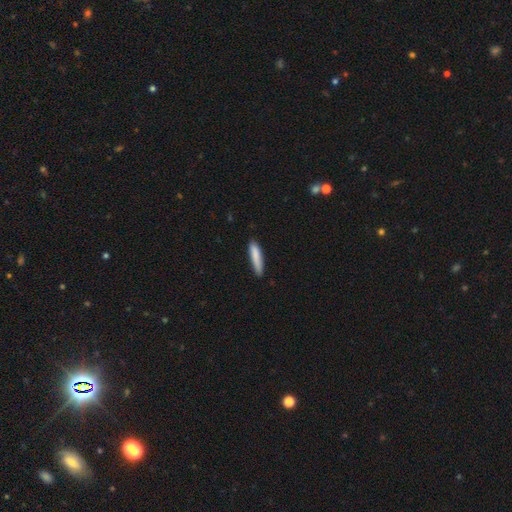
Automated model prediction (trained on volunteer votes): Overall: smooth (85%). How rounded: cigar-shaped (85%). Merging: none (82%).